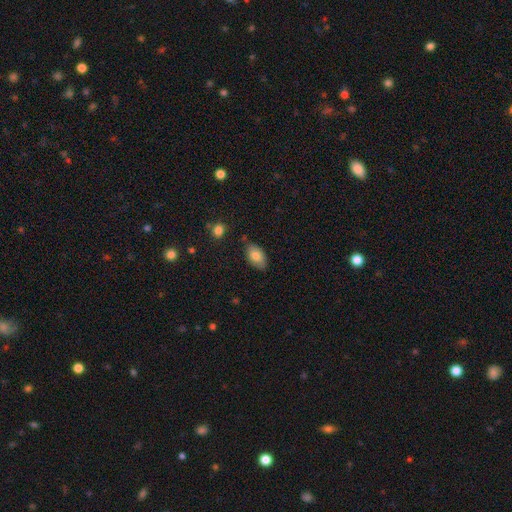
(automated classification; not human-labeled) Smooth or featured? smooth (80%)
How rounded? in between (93%)
Merging? none (77%)